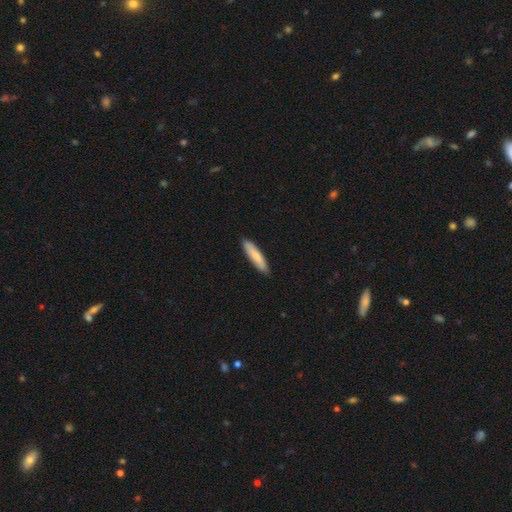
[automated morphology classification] A smooth galaxy with no disk features (80%) that is cigar-shaped (80%).

Vote fractions:
- Smooth or featured? smooth: 80% / featured or disk: 15% / star or artifact: 5%
- How rounded? cigar-shaped: 80% / in between: 18% / round: 1%
- Merging? none: 87% / minor disturbance: 10% / major disturbance: 1% / merger: 1%